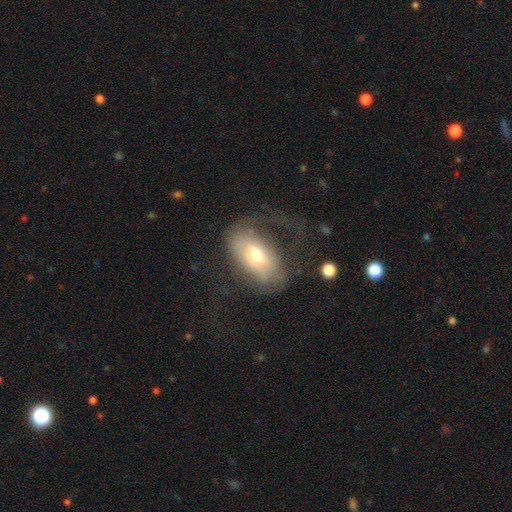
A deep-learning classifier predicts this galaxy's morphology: Overall: smooth (54%; featured or disk 39%). How rounded: in between (89%). Merging: major disturbance (46%; none 32%).